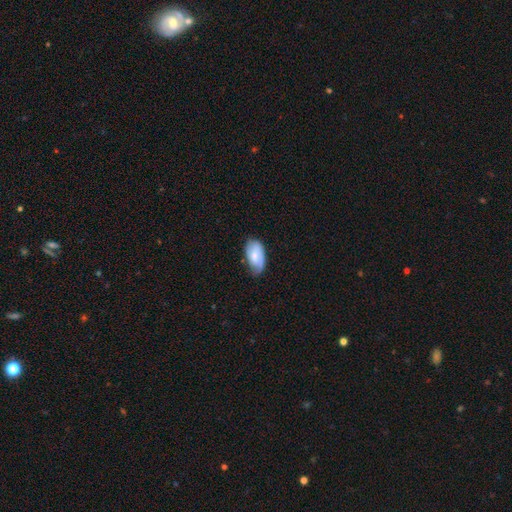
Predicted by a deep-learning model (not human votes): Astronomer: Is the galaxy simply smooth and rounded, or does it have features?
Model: smooth — 52% (runner-up: featured or disk, 42%).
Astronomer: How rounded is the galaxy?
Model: in between — 93%.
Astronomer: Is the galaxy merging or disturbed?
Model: none — 56% (runner-up: minor disturbance, 32%).